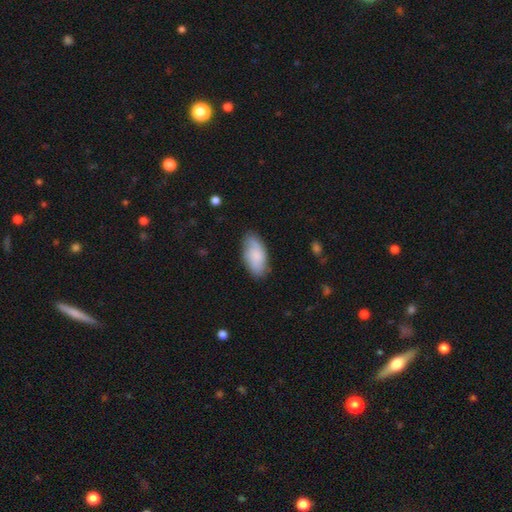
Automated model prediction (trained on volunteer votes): Smooth or featured? smooth (70%)
How rounded? in between (93%)
Merging? none (75%)